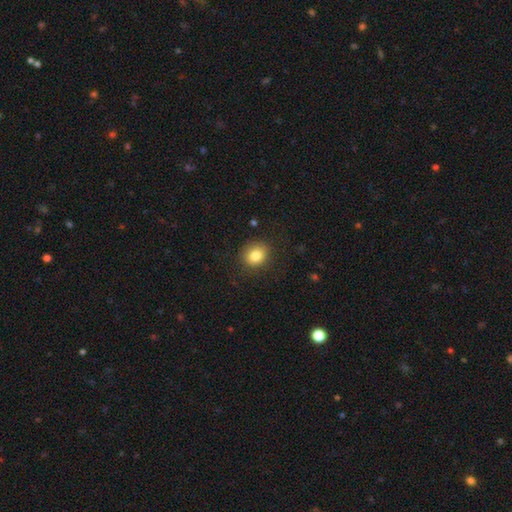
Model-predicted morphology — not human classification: Smooth or featured?
  - smooth: 82% *
  - star or artifact: 10%
  - featured or disk: 7%
How rounded?
  - round: 69% *
  - in between: 30%
  - cigar-shaped: 1%
Merging?
  - none: 86% *
  - minor disturbance: 10%
  - major disturbance: 3%
  - merger: 1%